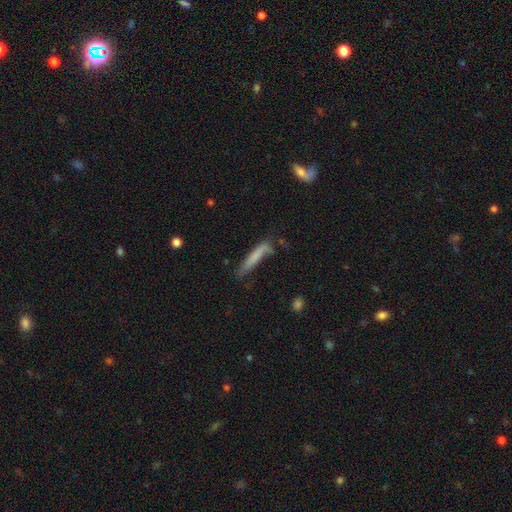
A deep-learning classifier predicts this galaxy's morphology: Smooth or featured? smooth (70%)
How rounded? cigar-shaped (91%)
Merging? none (56%)